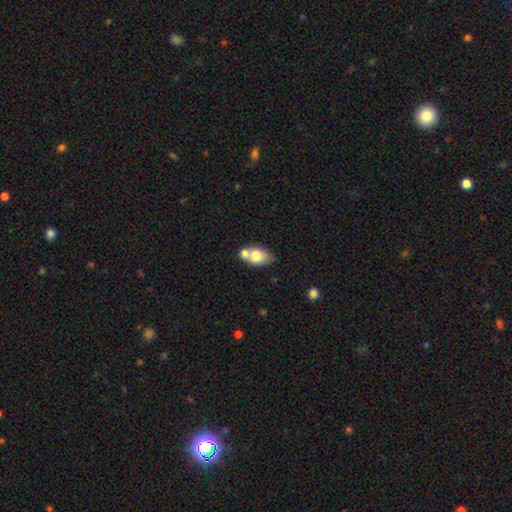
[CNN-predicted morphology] Smooth or featured? smooth (71%)
How rounded? in between (78%)
Merging? none (43%)